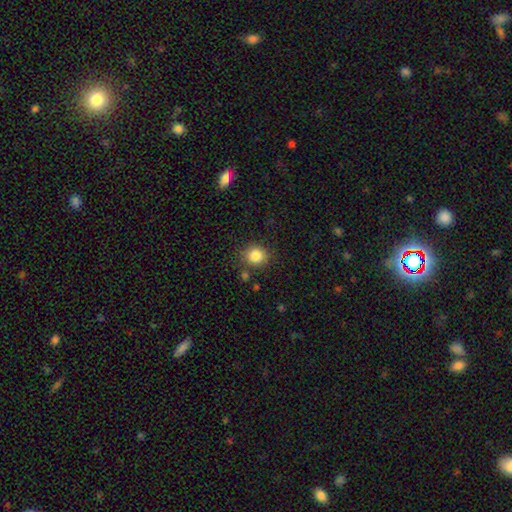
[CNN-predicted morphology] smooth 84%, star or artifact 10%, featured or disk 5%. Down the decision tree: how rounded — round (84%); merging — none (83%).